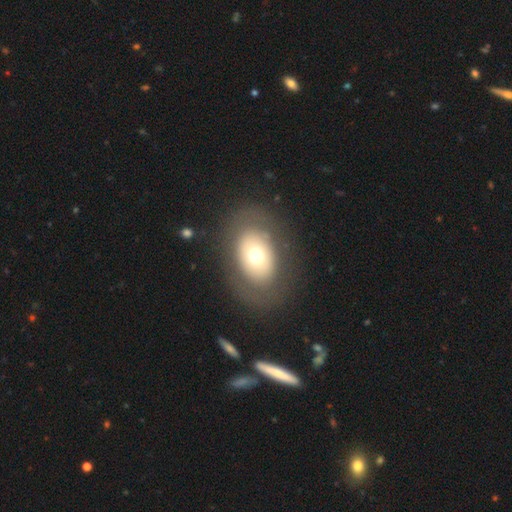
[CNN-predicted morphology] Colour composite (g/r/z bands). It shows a smooth galaxy with no disk features (57%) that is in between round and cigar-shaped (71%). Merging: none (79%).